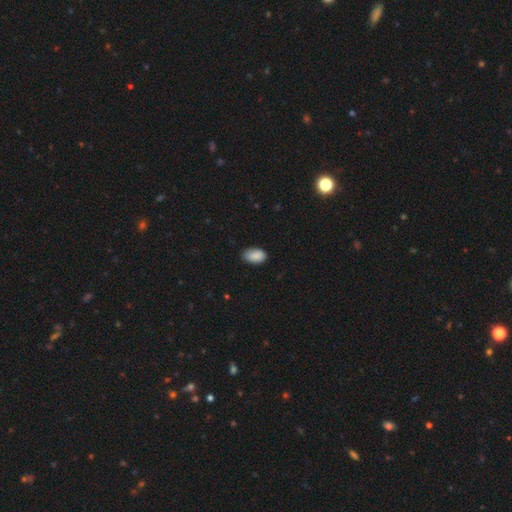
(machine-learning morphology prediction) A smooth galaxy with no disk features (88%) that is in between round and cigar-shaped (92%). Merging: none (73%).